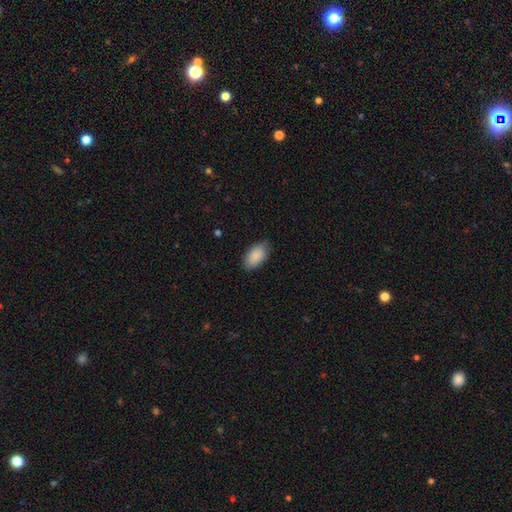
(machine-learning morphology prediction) type=smooth (87%); roundness=in between (94%); merging=none (81%).